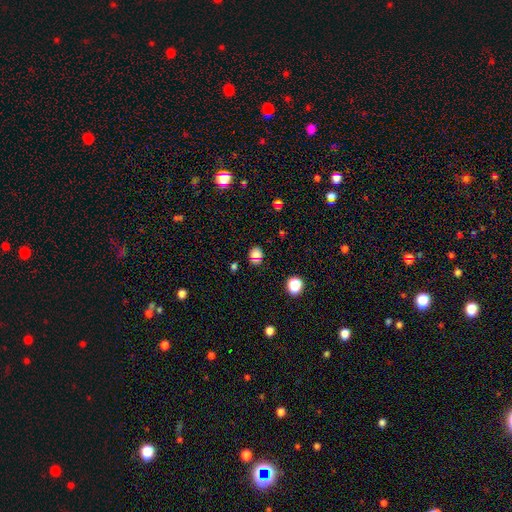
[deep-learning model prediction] The model was most divided on "smooth or featured": smooth: 67%, star or artifact: 26%, featured or disk: 7%. More confident: merging — none (81%); how rounded — round (75%).